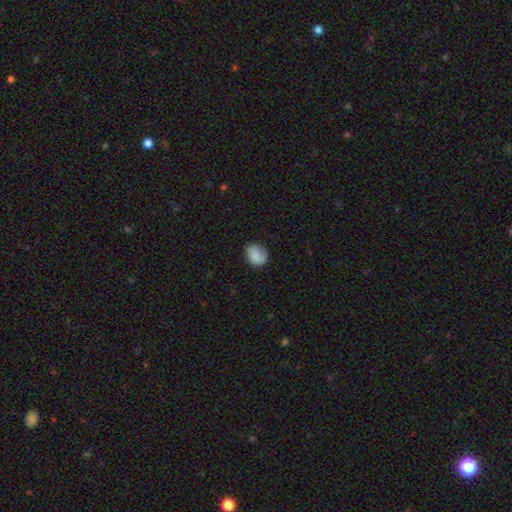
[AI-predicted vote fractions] Q: Smooth or featured?
A: smooth (83%); runner-up: featured or disk (9%)
Q: How rounded?
A: round (50%); runner-up: in between (49%)
Q: Merging?
A: none (71%); runner-up: minor disturbance (23%)